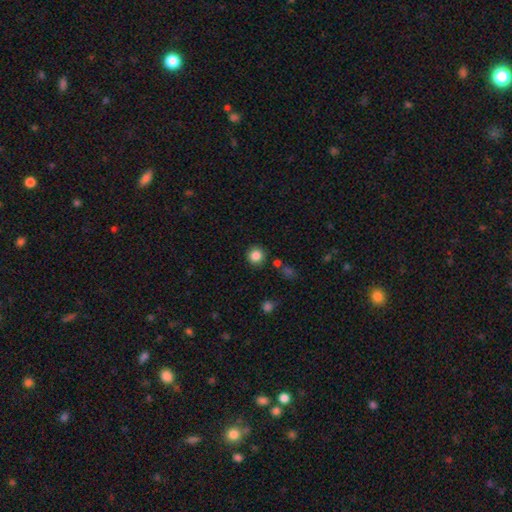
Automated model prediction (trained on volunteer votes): Smooth or featured?
  - smooth: 85% *
  - star or artifact: 10%
  - featured or disk: 4%
How rounded?
  - round: 94% *
  - in between: 6%
  - cigar-shaped: 1%
Merging?
  - none: 88% *
  - minor disturbance: 7%
  - merger: 3%
  - major disturbance: 2%